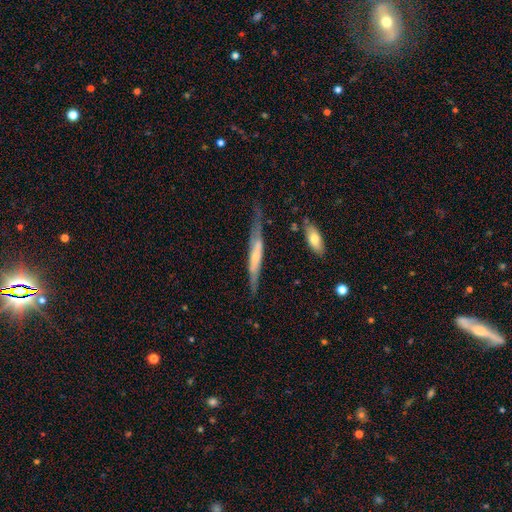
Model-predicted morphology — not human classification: smooth_or_featured: featured or disk (p=0.59) [alt: smooth p=0.36]
disk_edge_on: yes (p=0.85) [alt: no p=0.15]
edge_on_bulge: none (p=0.46) [alt: rounded p=0.31]
merging: none (p=0.60) [alt: minor disturbance p=0.27]